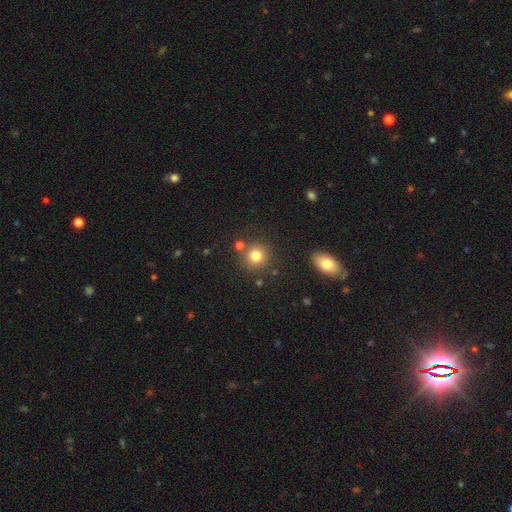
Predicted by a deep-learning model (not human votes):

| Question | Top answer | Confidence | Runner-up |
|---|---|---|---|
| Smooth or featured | smooth | 80% | star or artifact (12%) |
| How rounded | round | 91% | in between (8%) |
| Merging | none | 79% | minor disturbance (9%) |